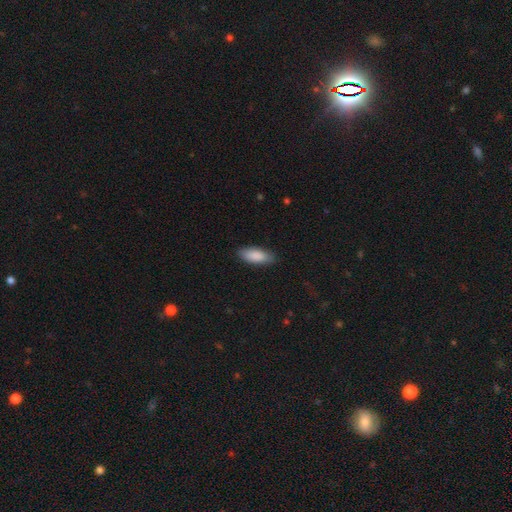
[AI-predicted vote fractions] smooth_or_featured: smooth (p=0.89) [alt: featured or disk p=0.06]
how_rounded: in between (p=0.79) [alt: cigar-shaped p=0.19]
merging: none (p=0.85) [alt: minor disturbance p=0.12]